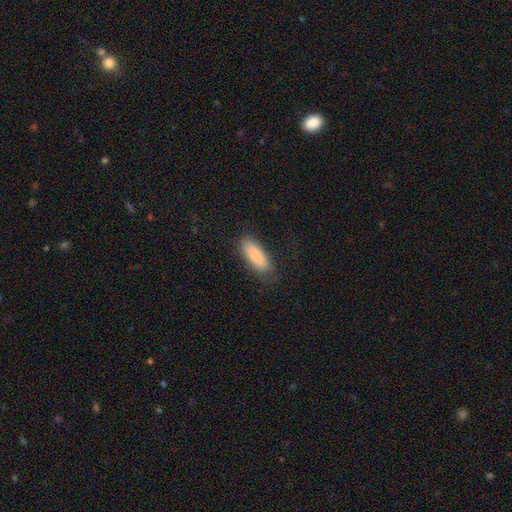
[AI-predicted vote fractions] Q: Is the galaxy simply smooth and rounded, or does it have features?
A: smooth — 81%.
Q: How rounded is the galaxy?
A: in between — 73%.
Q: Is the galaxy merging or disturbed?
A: none — 82%.